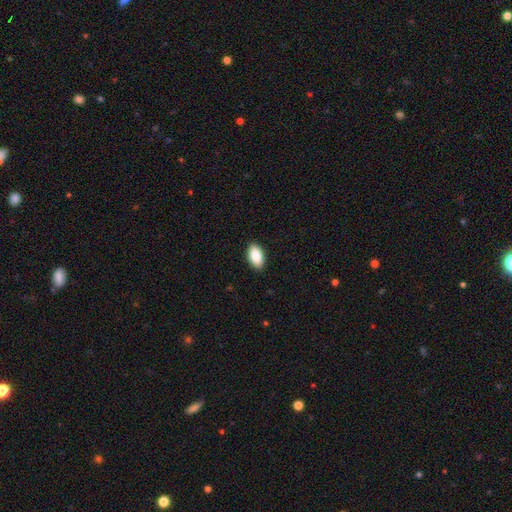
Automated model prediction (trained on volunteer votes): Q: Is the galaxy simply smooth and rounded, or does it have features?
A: smooth — 88%.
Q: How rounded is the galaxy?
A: in between — 95%.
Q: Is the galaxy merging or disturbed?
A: none — 90%.